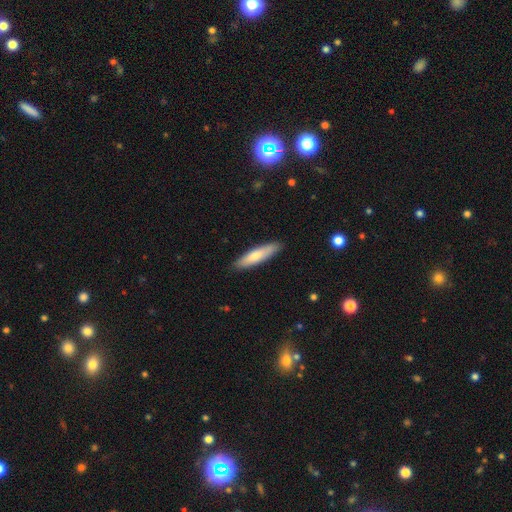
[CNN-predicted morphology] This appears to be a smooth galaxy with no disk features (75%) that is cigar-shaped (76%). Merging: none (88%).